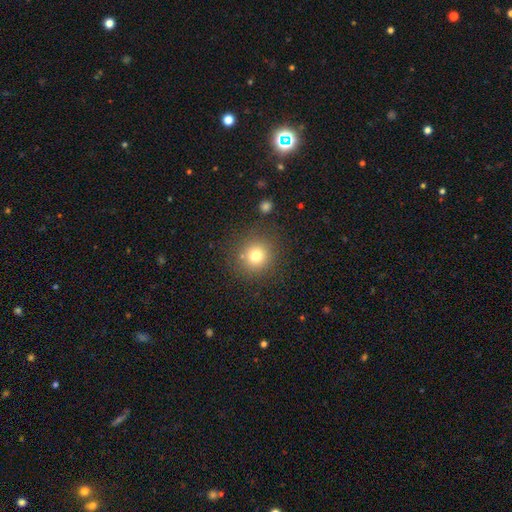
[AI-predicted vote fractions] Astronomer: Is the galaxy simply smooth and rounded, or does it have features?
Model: smooth — 75%.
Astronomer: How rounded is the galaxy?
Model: round — 93%.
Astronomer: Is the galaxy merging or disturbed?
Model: none — 85%.